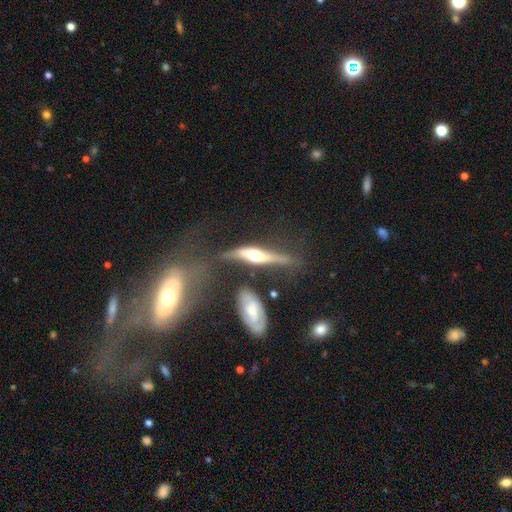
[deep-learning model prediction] Smooth or featured?
  - featured or disk: 76% *
  - smooth: 18%
  - star or artifact: 6%
Edge-on disk?
  - yes: 87% *
  - no: 13%
Edge-on bulge?
  - rounded: 91% *
  - boxy: 6%
  - none: 3%
Merging?
  - none: 52% *
  - minor disturbance: 21%
  - major disturbance: 15%
  - merger: 12%